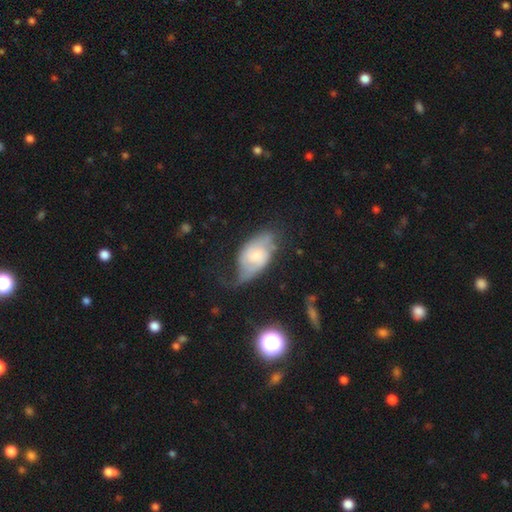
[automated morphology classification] type=featured or disk (64%); edge-on=no (94%); bar=no (54%); spiral arms=yes (88%); winding=medium (42%); arm count=2 (78%); bulge=moderate (40%); merging=none (42%).